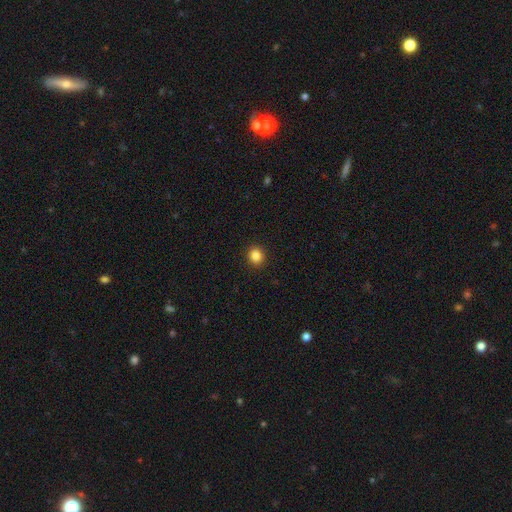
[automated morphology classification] smooth 85%, star or artifact 11%, featured or disk 4%. Down the decision tree: how rounded — round (84%); merging — none (92%).